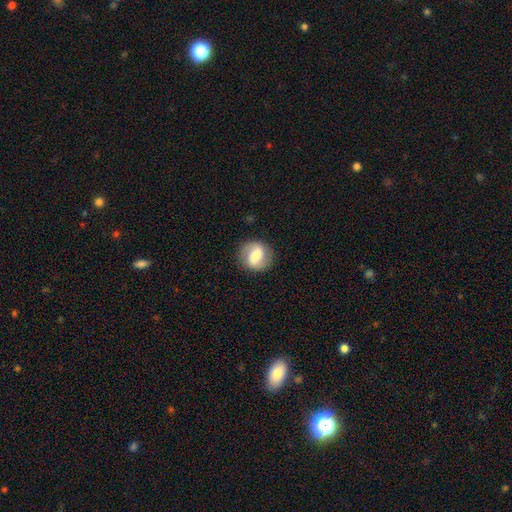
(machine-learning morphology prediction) Smooth or featured?
  - featured or disk: 52% *
  - smooth: 41%
  - star or artifact: 7%
Edge-on disk?
  - no: 97% *
  - yes: 3%
Bar?
  - weak: 42% *
  - strong: 39%
  - no: 19%
Spiral arms?
  - yes: 80% *
  - no: 20%
Bulge size?
  - moderate: 45% *
  - small: 25%
  - large: 20%
  - none: 5%
  - dominant: 4%
Merging?
  - none: 84% *
  - minor disturbance: 10%
  - major disturbance: 4%
  - merger: 1%